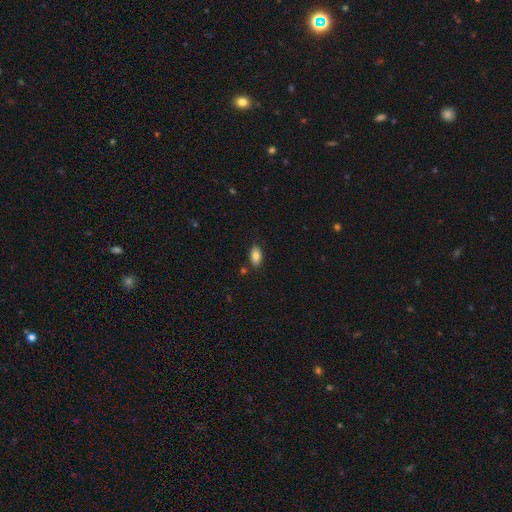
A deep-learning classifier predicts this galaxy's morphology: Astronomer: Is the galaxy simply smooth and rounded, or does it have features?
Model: smooth — 85%.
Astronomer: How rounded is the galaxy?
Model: in between — 92%.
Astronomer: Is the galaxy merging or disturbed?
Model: none — 83%.